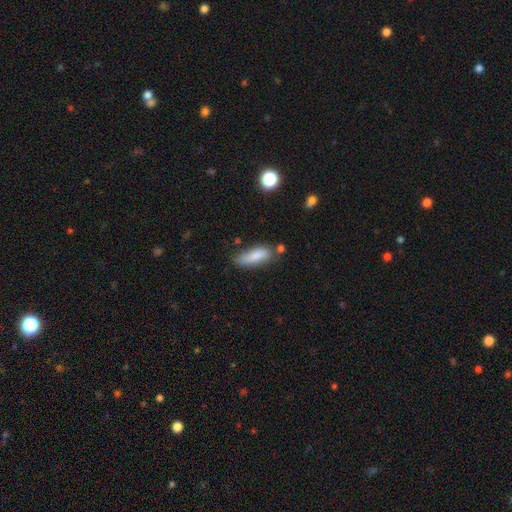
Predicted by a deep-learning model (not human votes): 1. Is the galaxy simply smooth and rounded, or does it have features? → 79% smooth, 14% featured or disk, 7% star or artifact.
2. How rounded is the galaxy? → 60% in between, 38% cigar-shaped, 2% round.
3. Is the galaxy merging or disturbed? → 60% none, 26% minor disturbance, 9% merger, 6% major disturbance.